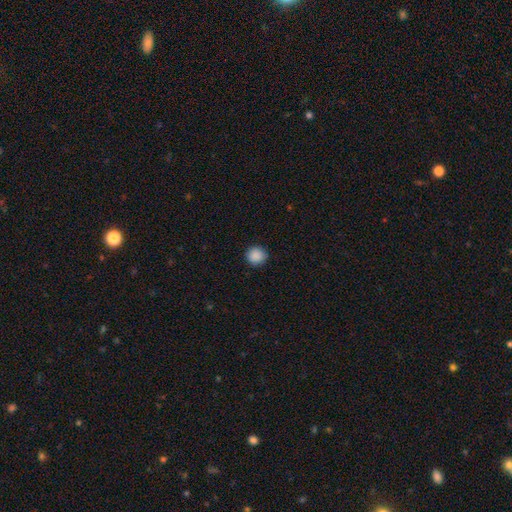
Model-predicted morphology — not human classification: Smooth or featured? smooth (89%)
How rounded? round (92%)
Merging? none (89%)